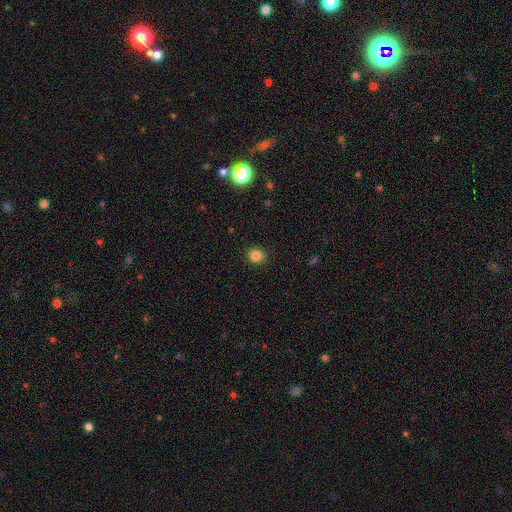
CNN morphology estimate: The model was most divided on "how rounded": round: 82%, in between: 17%, cigar-shaped: 1%. More confident: merging — none (90%); smooth or featured — smooth (84%).